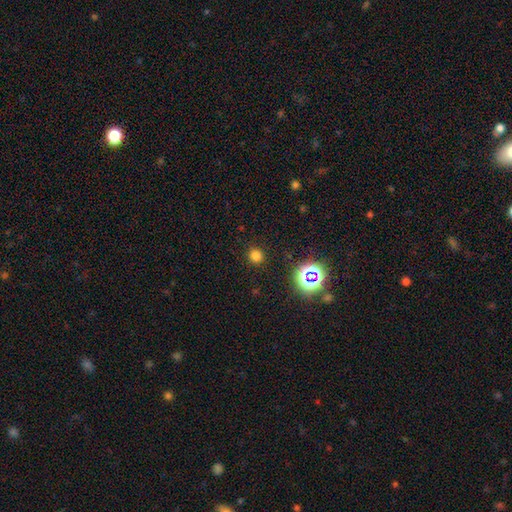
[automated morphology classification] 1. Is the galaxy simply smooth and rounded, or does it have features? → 75% smooth, 20% star or artifact, 4% featured or disk.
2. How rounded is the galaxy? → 93% round, 6% in between, 1% cigar-shaped.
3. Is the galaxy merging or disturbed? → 91% none, 5% minor disturbance, 2% major disturbance, 1% merger.